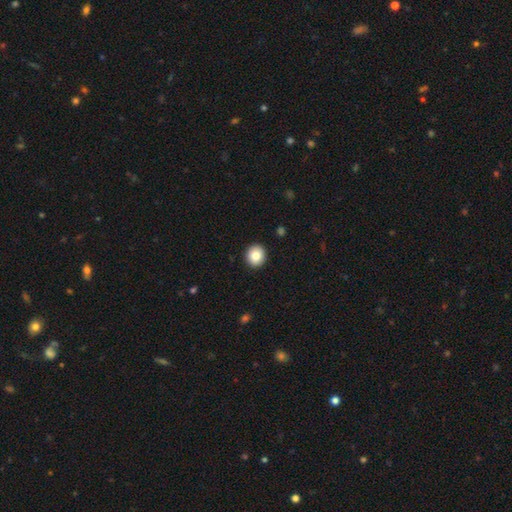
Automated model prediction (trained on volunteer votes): Q: Smooth or featured?
A: smooth (85%); runner-up: star or artifact (9%)
Q: How rounded?
A: round (85%); runner-up: in between (14%)
Q: Merging?
A: none (92%); runner-up: minor disturbance (6%)